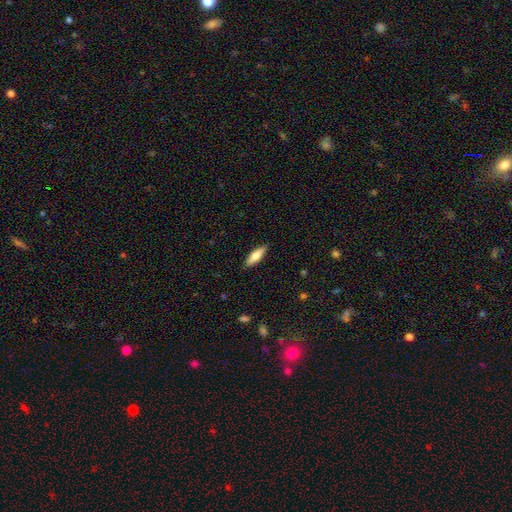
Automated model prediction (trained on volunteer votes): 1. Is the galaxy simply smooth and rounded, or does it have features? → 62% smooth, 32% featured or disk, 6% star or artifact.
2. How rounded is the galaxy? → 61% cigar-shaped, 37% in between, 2% round.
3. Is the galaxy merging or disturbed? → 88% none, 9% minor disturbance, 2% major disturbance, 1% merger.